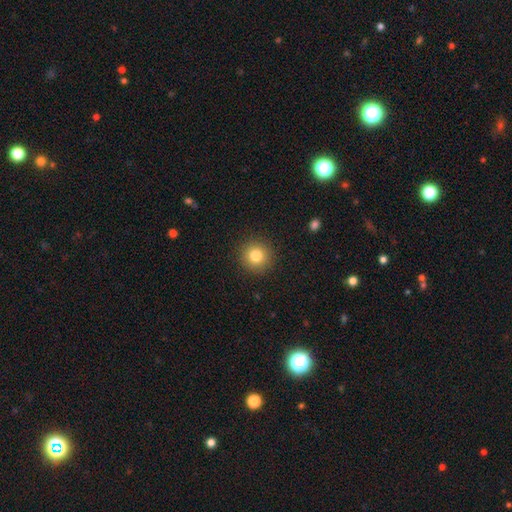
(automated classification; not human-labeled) The model was most divided on "smooth or featured": smooth: 81%, star or artifact: 12%, featured or disk: 7%. More confident: how rounded — round (94%); merging — none (91%).